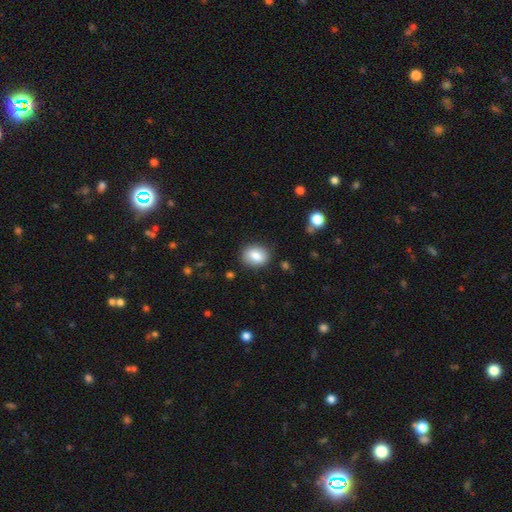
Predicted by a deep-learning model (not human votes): A smooth galaxy with no disk features (83%) that is in between round and cigar-shaped (56%).

Vote fractions:
- Smooth or featured? smooth: 83% / featured or disk: 9% / star or artifact: 8%
- How rounded? in between: 56% / round: 43% / cigar-shaped: 1%
- Merging? none: 85% / minor disturbance: 11% / major disturbance: 3% / merger: 2%